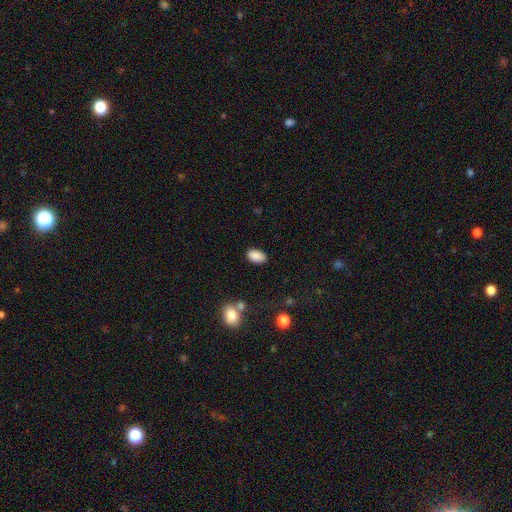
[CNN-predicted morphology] smooth 88%, star or artifact 8%, featured or disk 4%. Down the decision tree: how rounded — in between (93%); merging — none (84%).